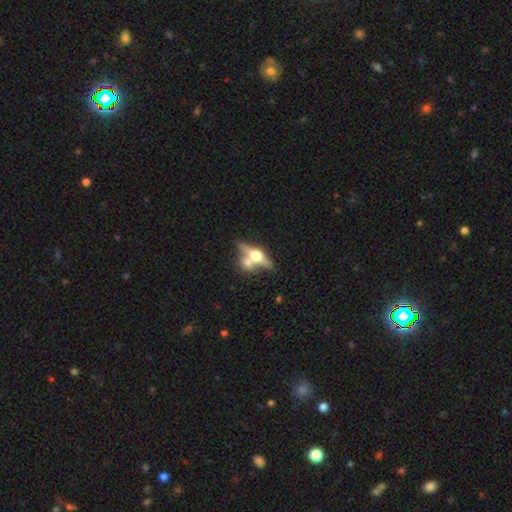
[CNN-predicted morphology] smooth-or-featured: featured or disk: 63% | smooth: 30% | star or artifact: 7%
  disk-edge-on: yes: 88% | no: 12%
    edge-on-bulge: rounded: 95% | boxy: 3% | none: 2%
  merging: none: 45% | merger: 40% | minor disturbance: 10% | major disturbance: 5%